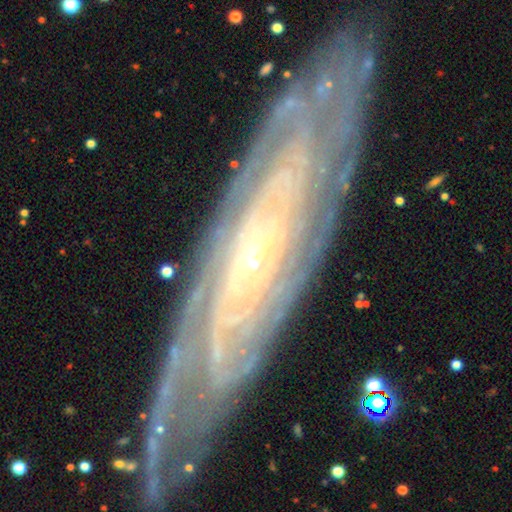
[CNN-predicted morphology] featured or disk 85%, star or artifact 7%, smooth 7%. Down the decision tree: edge-on disk — no (73%); bar — no (65%); spiral arms — yes (97%); spiral arm count — can't tell (41%); spiral winding — tight (81%); bulge size — small (87%); merging — none (84%).